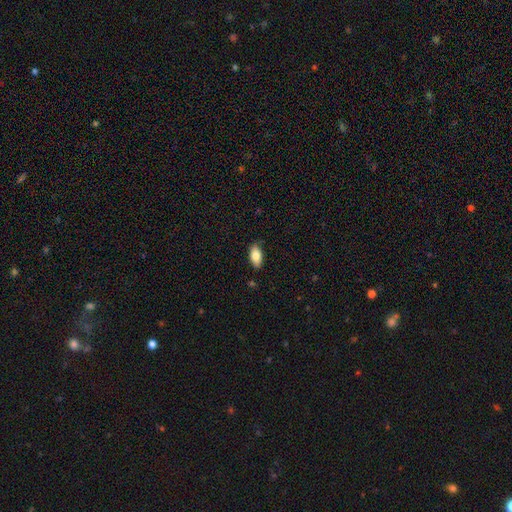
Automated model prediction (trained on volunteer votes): Smooth or featured? Predicted: smooth (p=0.84). How rounded? Predicted: in between (p=0.92). Merging? Predicted: none (p=0.80).